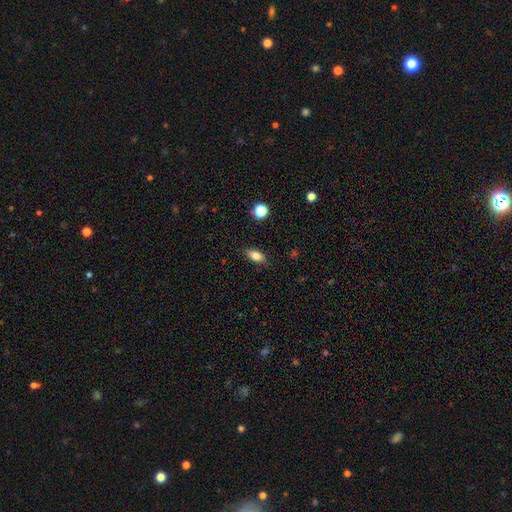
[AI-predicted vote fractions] The model was most divided on "smooth or featured": smooth: 82%, star or artifact: 9%, featured or disk: 9%. More confident: merging — none (87%); how rounded — in between (86%).